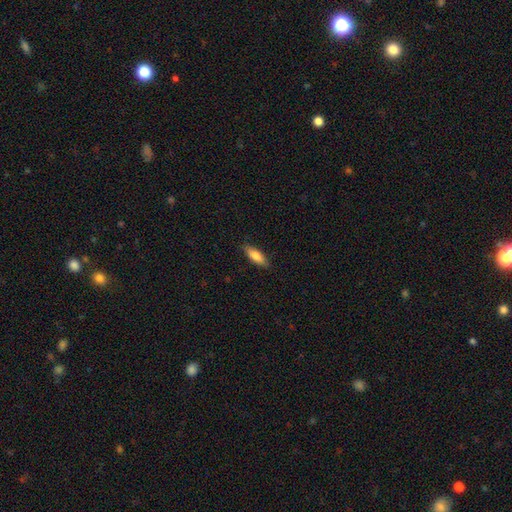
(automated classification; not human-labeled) A smooth galaxy with no disk features (77%) that is in between round and cigar-shaped (57%).

Vote fractions:
- Smooth or featured? smooth: 77% / featured or disk: 17% / star or artifact: 6%
- How rounded? in between: 57% / cigar-shaped: 41% / round: 2%
- Merging? none: 86% / minor disturbance: 10% / major disturbance: 2% / merger: 1%